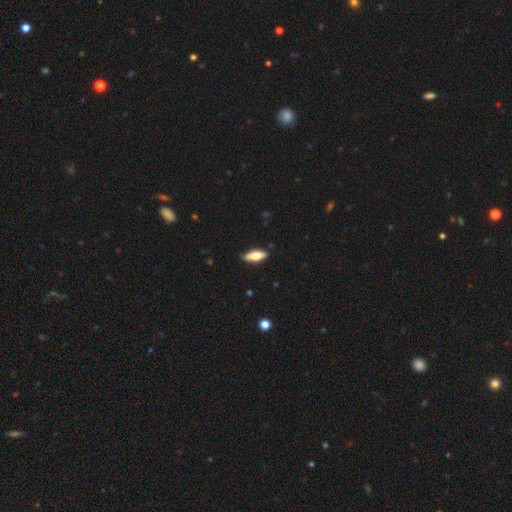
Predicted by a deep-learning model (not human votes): This appears to be a smooth galaxy with no disk features (67%) that is in between round and cigar-shaped (75%). Merging: none (86%).